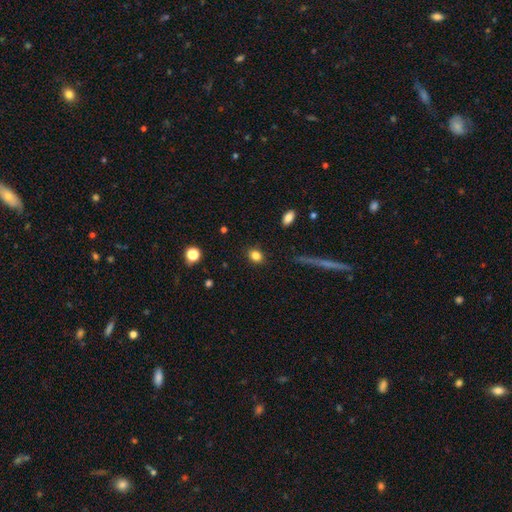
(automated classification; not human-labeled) Smooth or featured?
  - smooth: 83% *
  - star or artifact: 11%
  - featured or disk: 6%
How rounded?
  - in between: 51% *
  - round: 47%
  - cigar-shaped: 2%
Merging?
  - none: 88% *
  - minor disturbance: 8%
  - major disturbance: 3%
  - merger: 1%